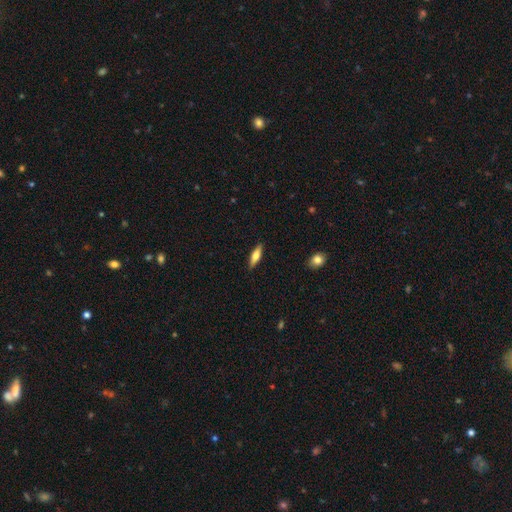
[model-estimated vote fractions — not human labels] Morphology: type=smooth (61%); roundness=cigar-shaped (57%); merging=none (89%).